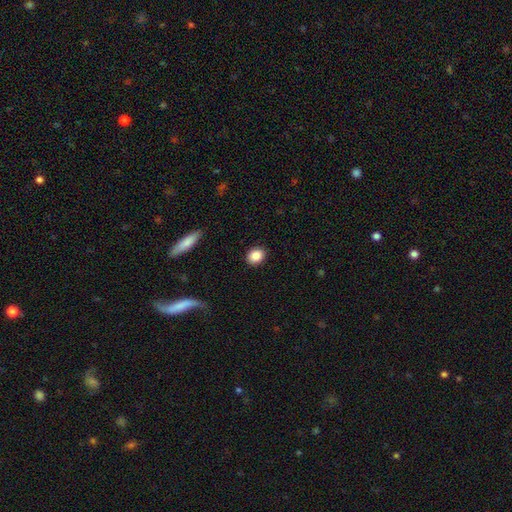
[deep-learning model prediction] A smooth galaxy with no disk features (86%) that is round (62%). Merging: none (90%).